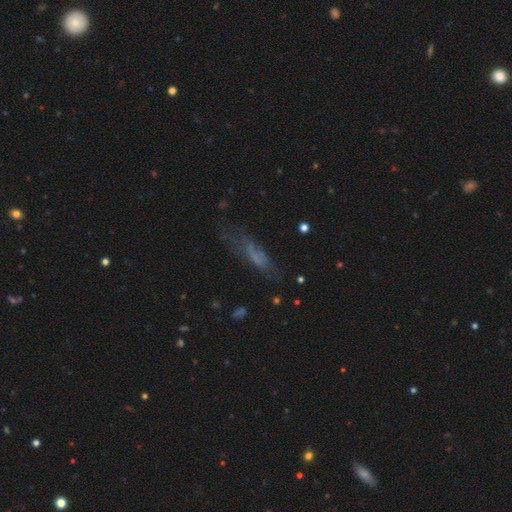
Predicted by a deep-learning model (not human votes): smooth_or_featured: smooth (p=0.46) [alt: featured or disk p=0.37]
merging: none (p=0.49) [alt: minor disturbance p=0.25]